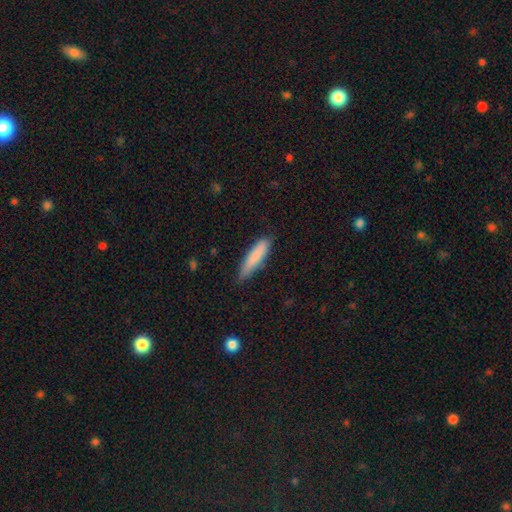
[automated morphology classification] Q: Smooth or featured?
A: smooth (82%); runner-up: featured or disk (12%)
Q: How rounded?
A: cigar-shaped (80%); runner-up: in between (19%)
Q: Merging?
A: none (76%); runner-up: minor disturbance (20%)